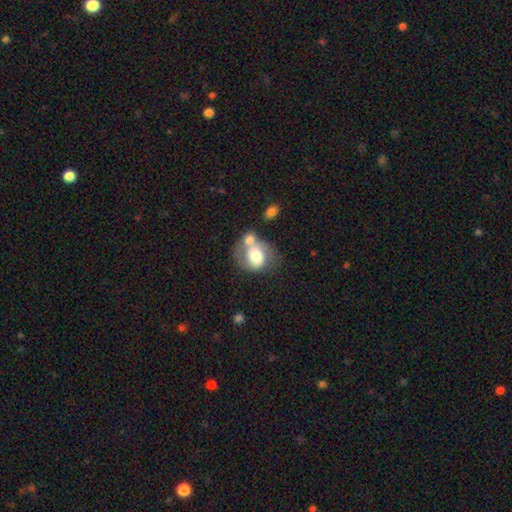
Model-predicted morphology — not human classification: This is possibly a smooth galaxy (55%). How rounded: possibly round (52%). Merging: possibly merger (46%).